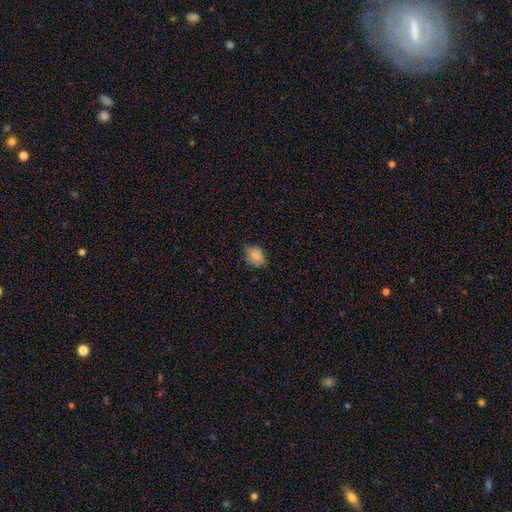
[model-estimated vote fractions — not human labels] Smooth or featured? smooth (79%)
How rounded? in between (62%)
Merging? none (67%)